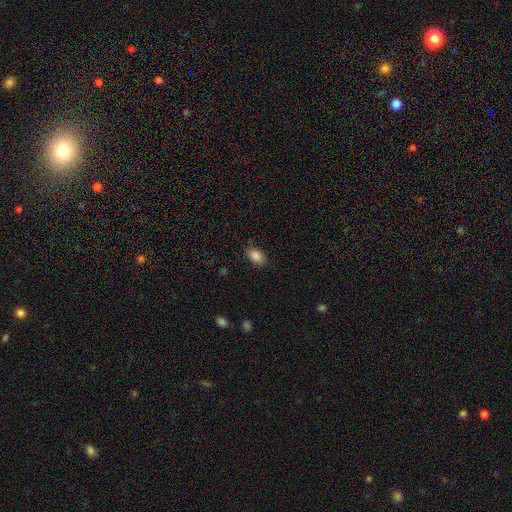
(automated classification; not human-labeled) Smooth or featured? smooth (86%)
How rounded? in between (88%)
Merging? none (87%)